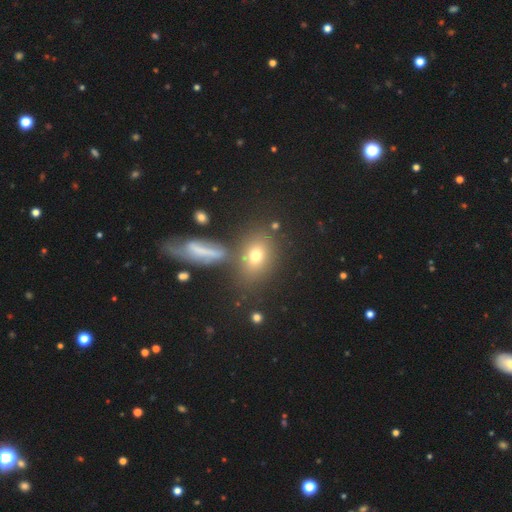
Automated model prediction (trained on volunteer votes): This appears to be a smooth galaxy with no disk features (69%) that is in between round and cigar-shaped (60%). Merging: none (68%).